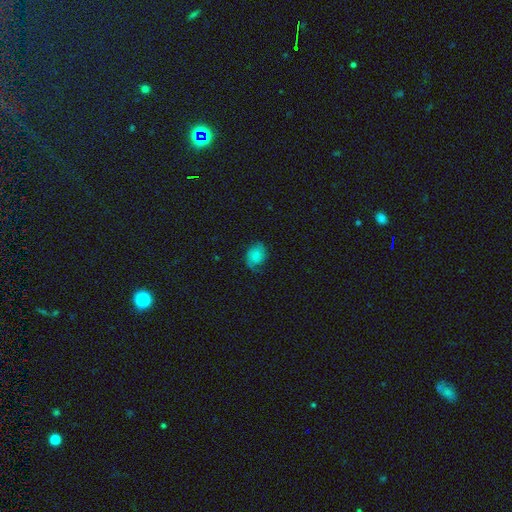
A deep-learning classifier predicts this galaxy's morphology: Smooth or featured: smooth — 51% (featured or disk — 40%)
How rounded: in between — 53% (round — 46%)
Merging: none — 60% (minor disturbance — 26%)